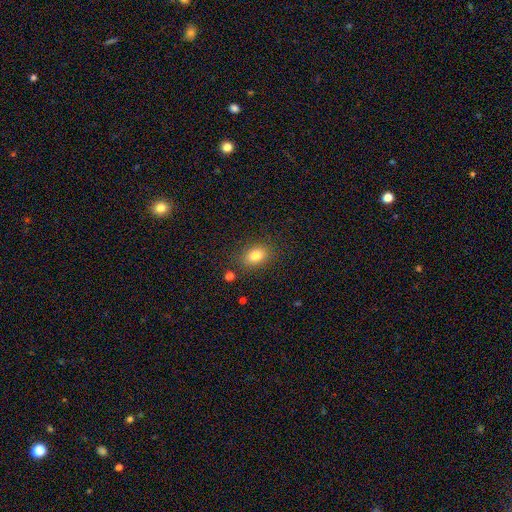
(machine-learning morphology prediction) Smooth or featured: smooth — 81% (star or artifact — 11%)
How rounded: in between — 74% (round — 24%)
Merging: none — 84% (minor disturbance — 10%)